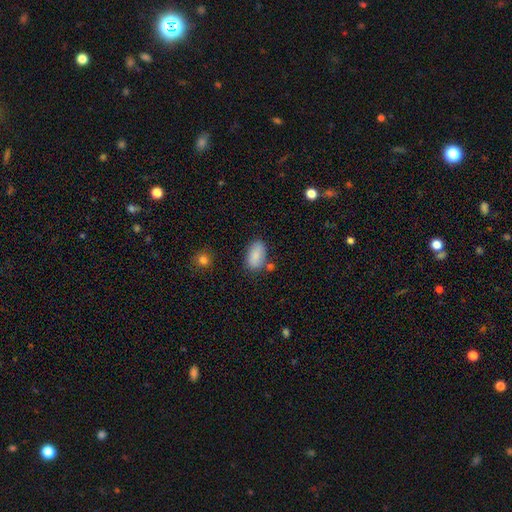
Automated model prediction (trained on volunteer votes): smooth-or-featured: smooth: 86% | star or artifact: 7% | featured or disk: 7%
  how-rounded: in between: 93% | round: 5% | cigar-shaped: 2%
  merging: none: 70% | minor disturbance: 18% | merger: 7% | major disturbance: 4%